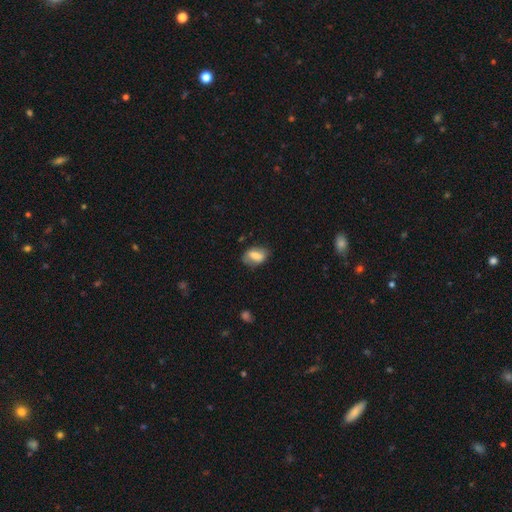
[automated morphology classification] Smooth or featured? smooth (68%)
How rounded? in between (86%)
Merging? none (67%)